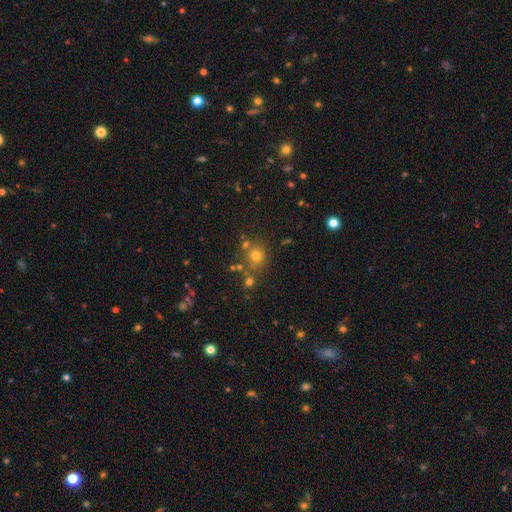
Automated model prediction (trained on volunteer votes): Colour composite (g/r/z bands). It shows a smooth galaxy with no disk features (67%) that is round (85%). Merging: none (72%).